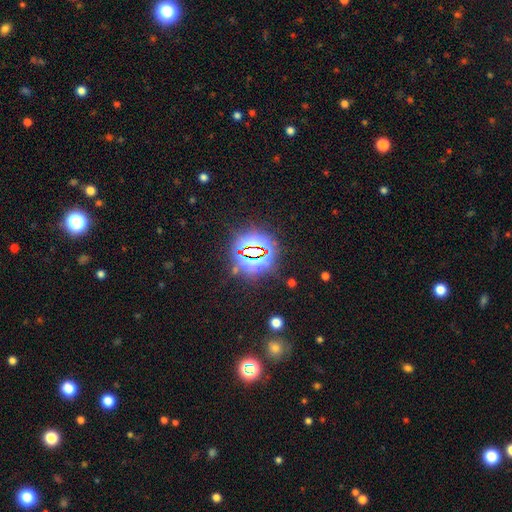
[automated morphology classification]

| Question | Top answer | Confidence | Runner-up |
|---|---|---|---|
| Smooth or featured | star or artifact | 80% | smooth (12%) |